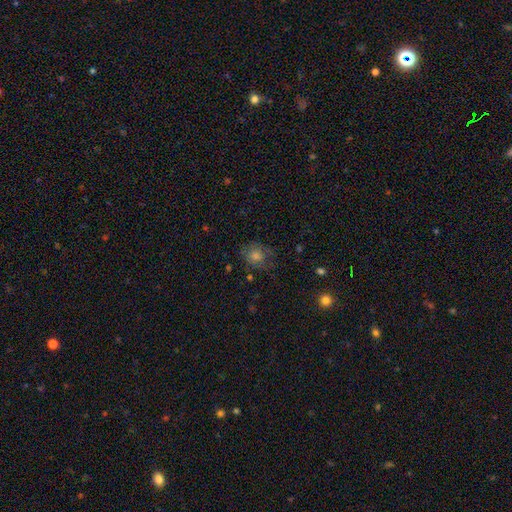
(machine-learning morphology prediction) smooth_or_featured: smooth (p=0.54) [alt: featured or disk p=0.23]
how_rounded: round (p=0.76) [alt: in between p=0.23]
merging: none (p=0.70) [alt: minor disturbance p=0.18]